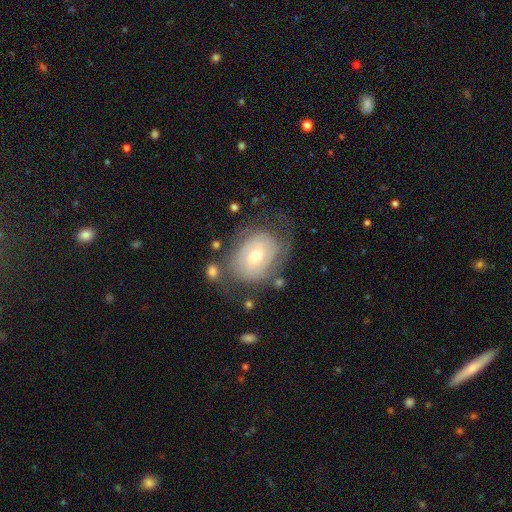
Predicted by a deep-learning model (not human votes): featured or disk 57%, smooth 36%, star or artifact 7%. Down the decision tree: edge-on disk — no (95%); bar — no (73%); spiral arms — yes (67%); bulge size — moderate (56%); merging — none (57%).